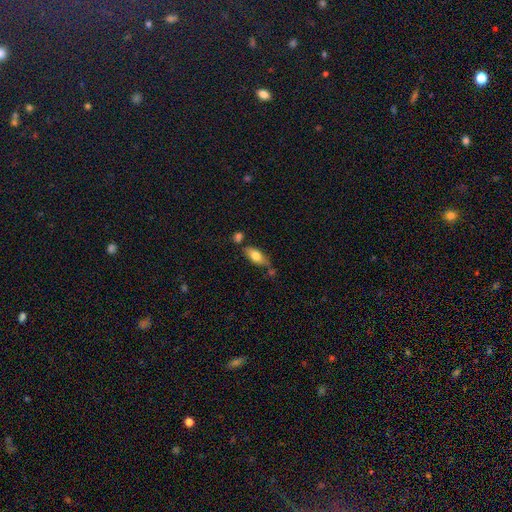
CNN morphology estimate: Smooth or featured: smooth — 72% (featured or disk — 21%)
How rounded: in between — 78% (cigar-shaped — 19%)
Merging: none — 57% (minor disturbance — 21%)